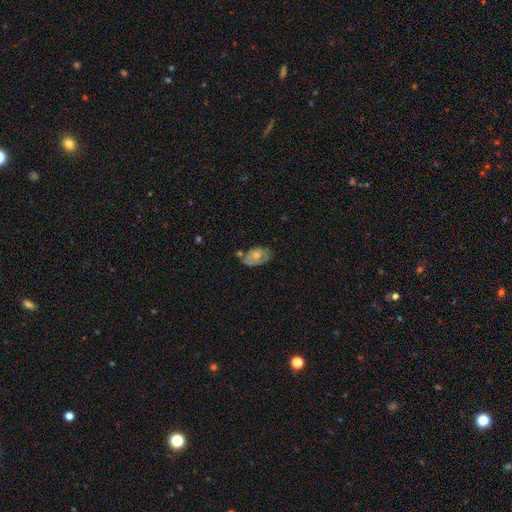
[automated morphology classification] Smooth or featured? smooth (53%)
How rounded? in between (90%)
Merging? none (50%)